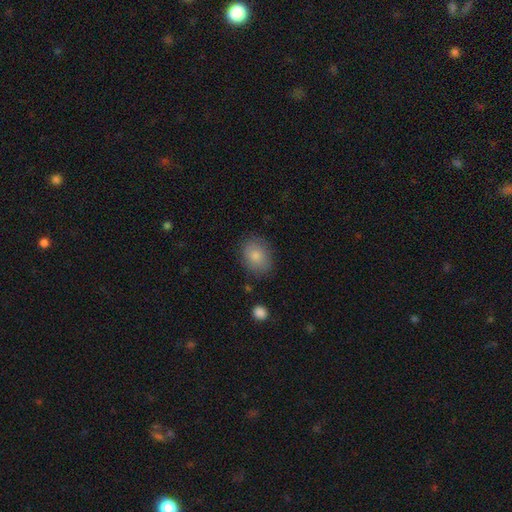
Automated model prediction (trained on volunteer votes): Morphology: type=smooth (84%); roundness=in between (58%); merging=none (79%).